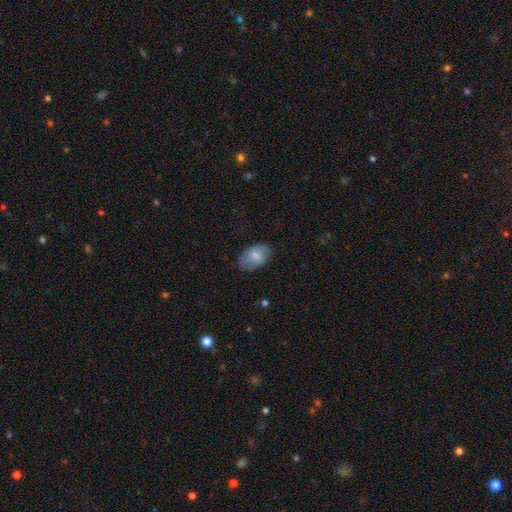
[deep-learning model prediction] Smooth or featured?
  - smooth: 76% *
  - featured or disk: 18%
  - star or artifact: 7%
How rounded?
  - in between: 91% *
  - round: 8%
  - cigar-shaped: 1%
Merging?
  - none: 73% *
  - minor disturbance: 21%
  - major disturbance: 5%
  - merger: 1%